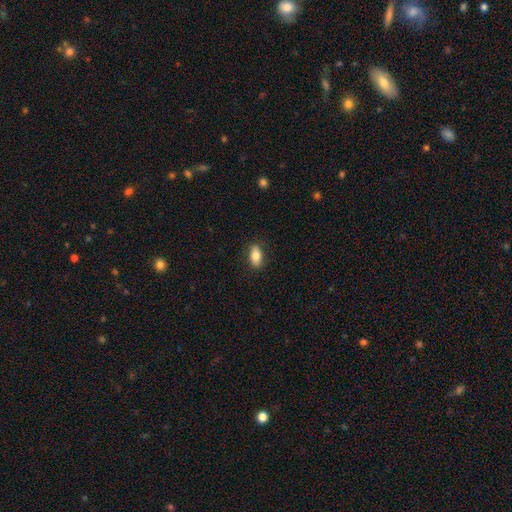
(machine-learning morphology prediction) smooth 80%, featured or disk 13%, star or artifact 7%. Down the decision tree: how rounded — in between (86%); merging — none (86%).